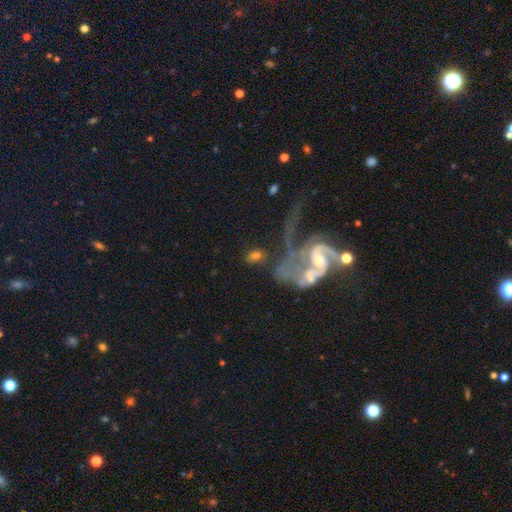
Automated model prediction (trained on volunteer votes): A smooth galaxy with no disk features (50%).

Vote fractions:
- Smooth or featured? smooth: 50% / featured or disk: 42% / star or artifact: 9%
- Merging? none: 43% / merger: 27% / major disturbance: 16% / minor disturbance: 14%